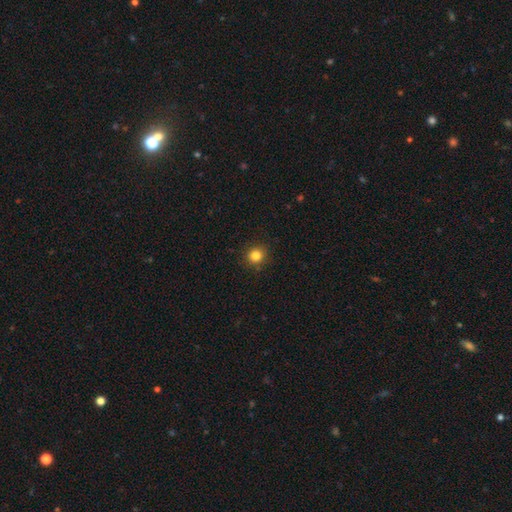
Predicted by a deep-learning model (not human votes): A smooth galaxy with no disk features (83%) that is round (88%).

Vote fractions:
- Smooth or featured? smooth: 83% / star or artifact: 12% / featured or disk: 5%
- How rounded? round: 88% / in between: 11% / cigar-shaped: 1%
- Merging? none: 90% / minor disturbance: 7% / major disturbance: 2% / merger: 1%